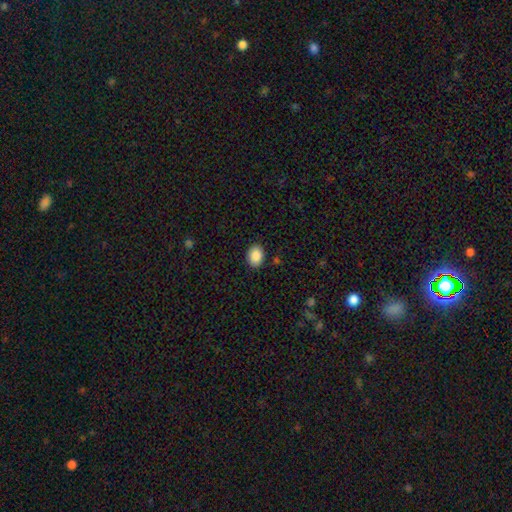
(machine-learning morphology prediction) Overall: smooth (89%). How rounded: in between (71%). Merging: none (89%).